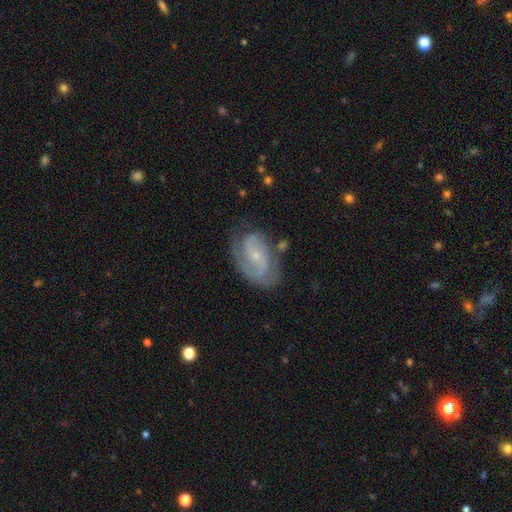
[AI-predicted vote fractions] A featured or disk galaxy (84%) with no bar (50%), 2 (77%) tight (44%, tied with medium) spiral arms (96%) and a small central bulge (76%).

Vote fractions:
- Smooth or featured? featured or disk: 84% / smooth: 10% / star or artifact: 6%
- Edge-on disk? no: 97% / yes: 3%
- Bar? no: 50% / weak: 39% / strong: 11%
- Spiral arms? yes: 96% / no: 4%
- Spiral winding? tight: 44% (tied) / medium: 44% (tied) / loose: 13%
- Spiral arm count? 2: 77% / can't tell: 10% / 3: 5% / 1: 5% / 4: 2% / more than 4: 2%
- Bulge size? small: 76% / moderate: 17% / none: 5% / large: 1% / dominant: 1%
- Merging? none: 71% / minor disturbance: 19% / major disturbance: 8% / merger: 3%